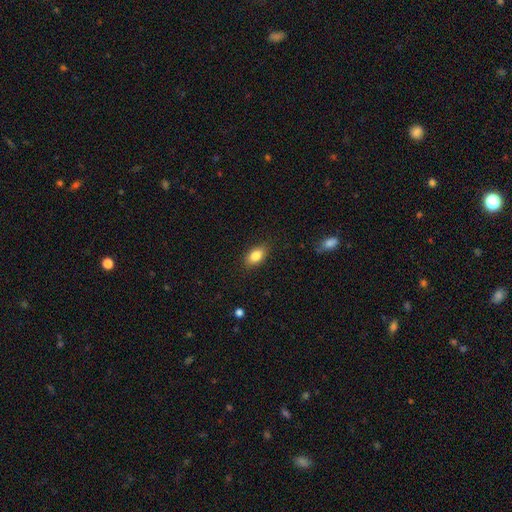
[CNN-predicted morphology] Overall: smooth (84%). How rounded: in between (88%). Merging: none (86%).